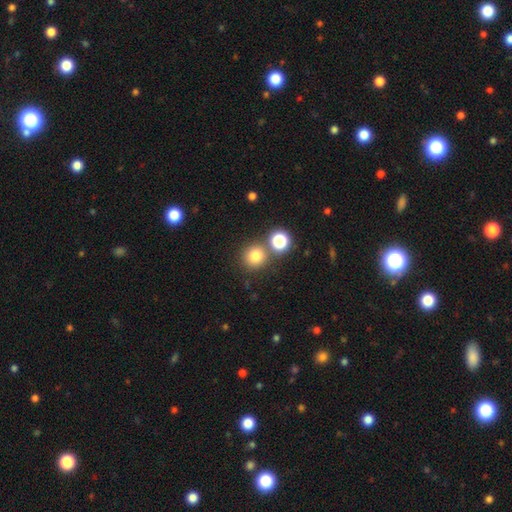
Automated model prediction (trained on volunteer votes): Morphology: type=smooth (77%); roundness=round (91%); merging=none (75%).